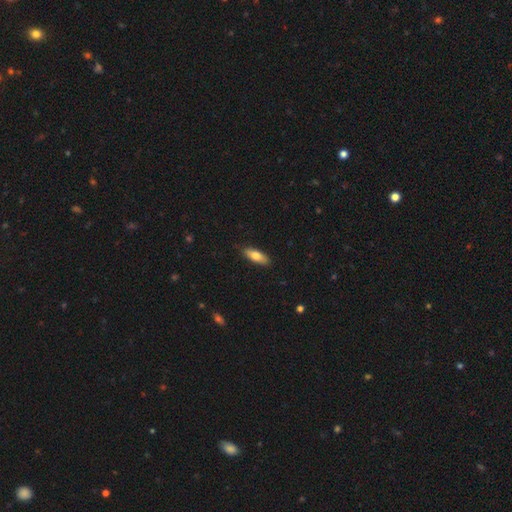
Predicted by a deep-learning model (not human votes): This appears to be a smooth galaxy with no disk features (72%) that is in between round and cigar-shaped (64%). Merging: none (86%).